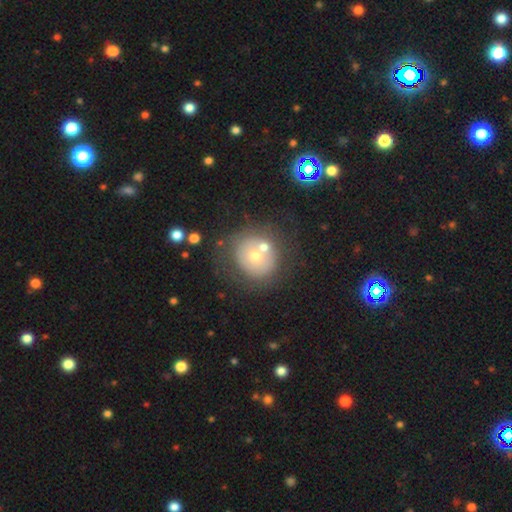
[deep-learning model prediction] Smooth or featured? Predicted: smooth (p=0.54). How rounded? Predicted: round (p=0.88). Merging? Predicted: none (p=0.54).